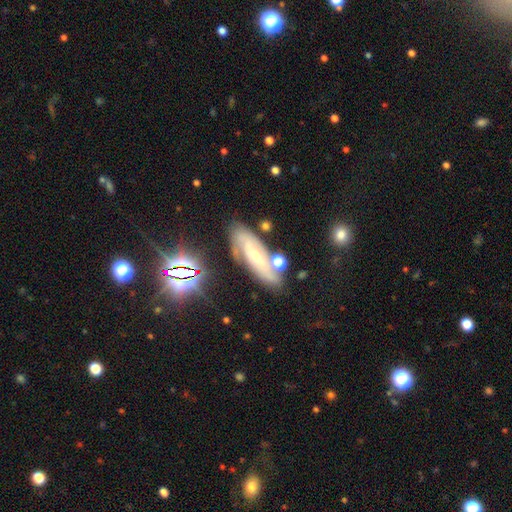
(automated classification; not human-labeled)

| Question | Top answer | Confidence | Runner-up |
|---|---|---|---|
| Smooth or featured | featured or disk | 65% | smooth (20%) |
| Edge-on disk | no | 76% | yes (24%) |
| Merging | none | 70% | minor disturbance (17%) |